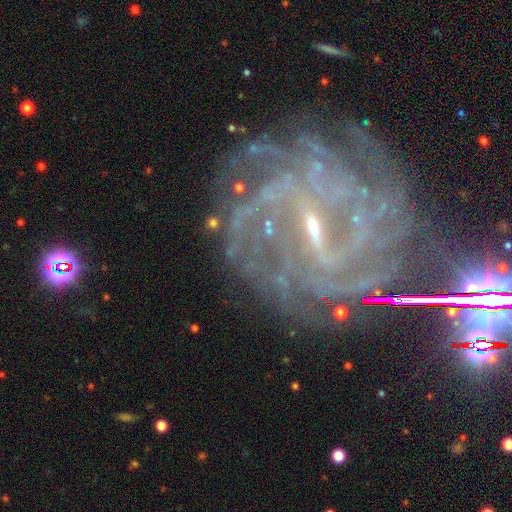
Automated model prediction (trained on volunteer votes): featured or disk 87%, star or artifact 9%, smooth 4%. Down the decision tree: edge-on disk — no (97%); bar — weak (44%); spiral arms — yes (96%); spiral arm count — can't tell (26%); spiral winding — tight (57%); bulge size — small (71%); merging — none (72%).